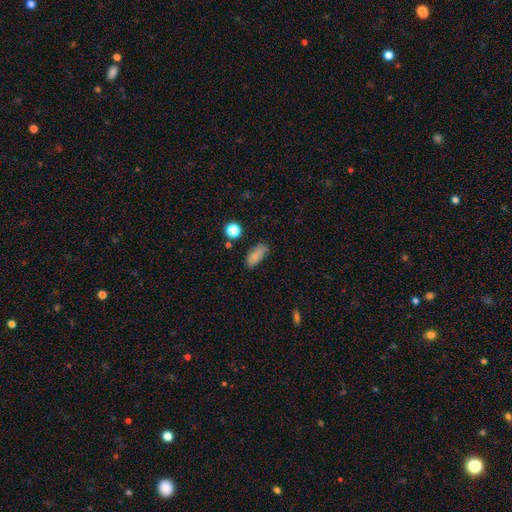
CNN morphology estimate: smooth 78%, featured or disk 12%, star or artifact 9%. Down the decision tree: how rounded — in between (86%); merging — none (65%).